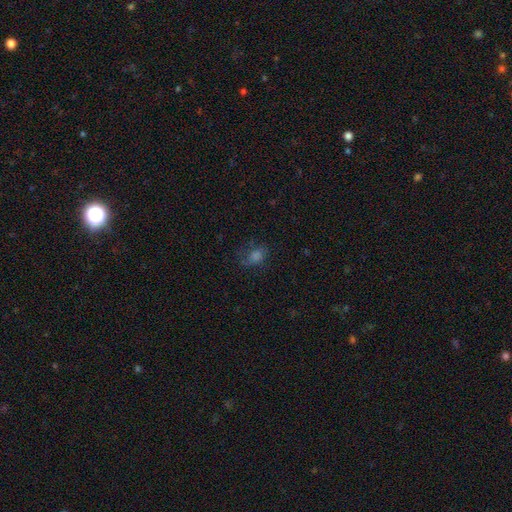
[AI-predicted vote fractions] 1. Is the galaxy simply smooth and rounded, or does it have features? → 58% smooth, 24% star or artifact, 18% featured or disk.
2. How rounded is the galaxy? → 62% in between, 36% round, 2% cigar-shaped.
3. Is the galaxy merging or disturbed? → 58% none, 22% minor disturbance, 18% major disturbance, 2% merger.